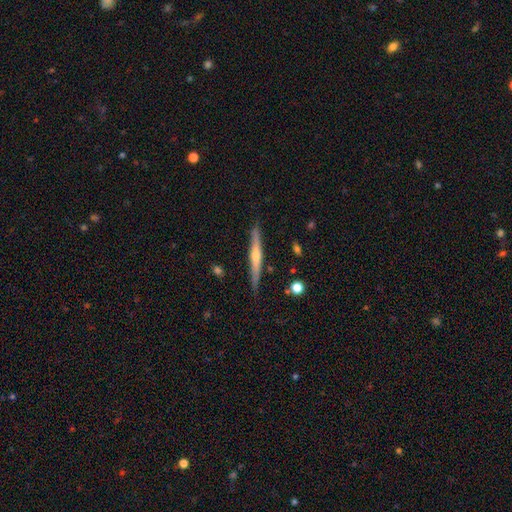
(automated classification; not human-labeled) Smooth or featured? Predicted: featured or disk (p=0.69). Edge-on disk? Predicted: yes (p=0.98). Edge-on bulge? Predicted: rounded (p=0.75). Merging? Predicted: none (p=0.88).